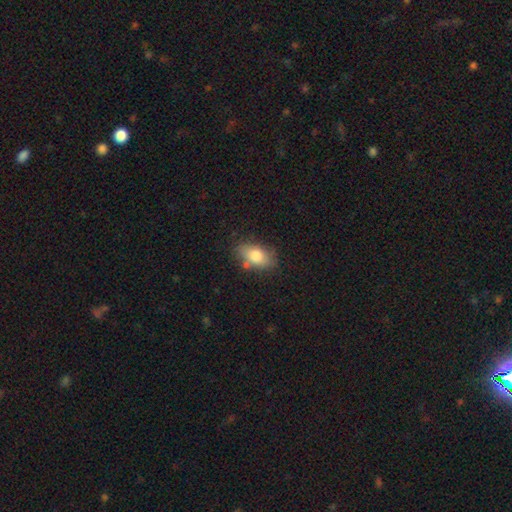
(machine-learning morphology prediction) Smooth or featured: smooth — 77% (featured or disk — 15%)
How rounded: in between — 87% (round — 9%)
Merging: none — 71% (minor disturbance — 19%)